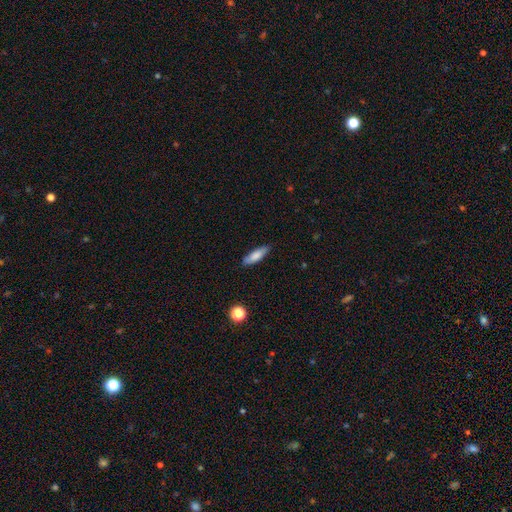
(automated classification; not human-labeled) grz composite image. It shows a smooth galaxy with no disk features (77%) that is cigar-shaped (58%). Merging: none (82%).